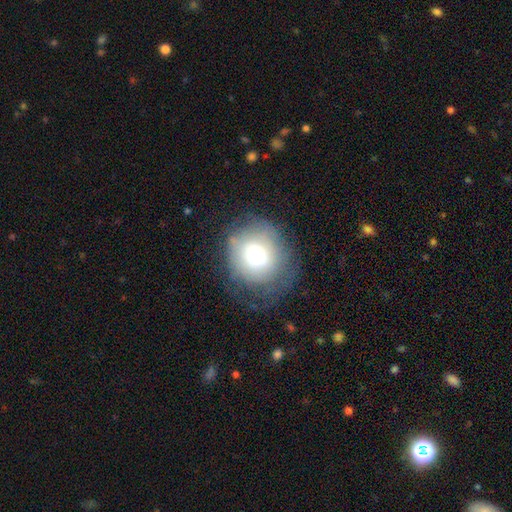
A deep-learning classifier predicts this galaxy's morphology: Q: Smooth or featured?
A: smooth (67%); runner-up: featured or disk (22%)
Q: How rounded?
A: round (84%); runner-up: in between (15%)
Q: Merging?
A: none (58%); runner-up: minor disturbance (24%)